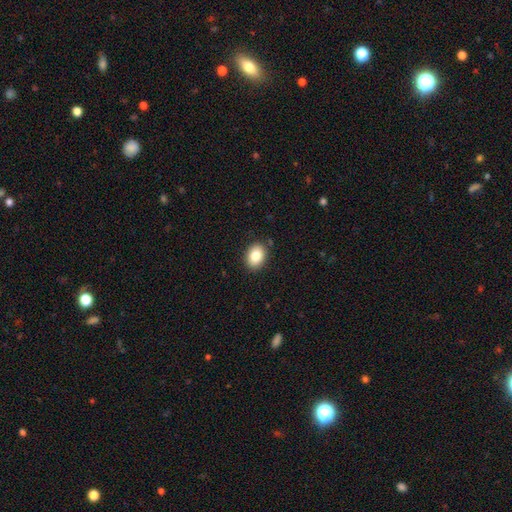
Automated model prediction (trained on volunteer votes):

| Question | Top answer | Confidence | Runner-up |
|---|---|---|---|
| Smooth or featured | smooth | 83% | star or artifact (8%) |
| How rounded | in between | 72% | round (27%) |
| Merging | none | 88% | minor disturbance (9%) |